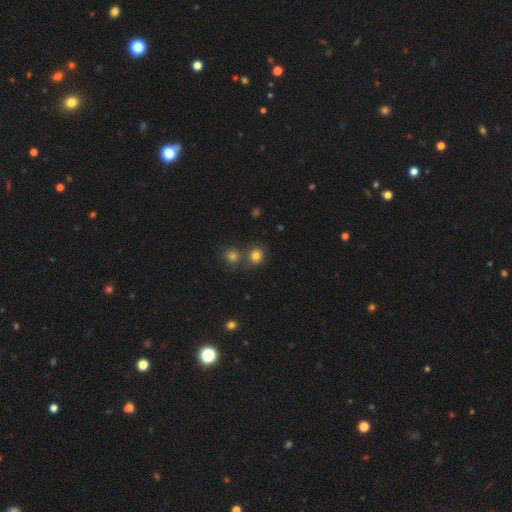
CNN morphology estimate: smooth_or_featured: smooth (p=0.80) [alt: star or artifact p=0.14]
how_rounded: round (p=0.86) [alt: in between p=0.13]
merging: none (p=0.65) [alt: merger p=0.24]